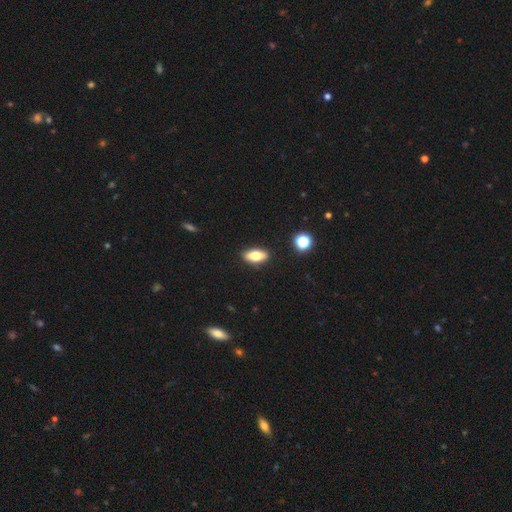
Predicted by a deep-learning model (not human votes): This is likely a smooth galaxy (72%). How rounded: clearly in between (82%). Merging: clearly none (88%).